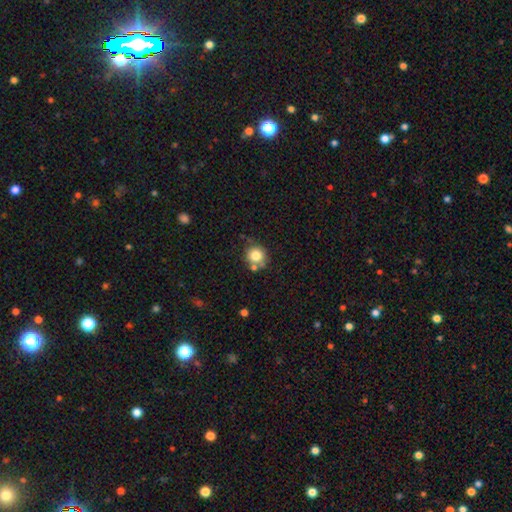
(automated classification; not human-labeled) Smooth or featured? Predicted: smooth (p=0.80). How rounded? Predicted: round (p=0.90). Merging? Predicted: none (p=0.67).